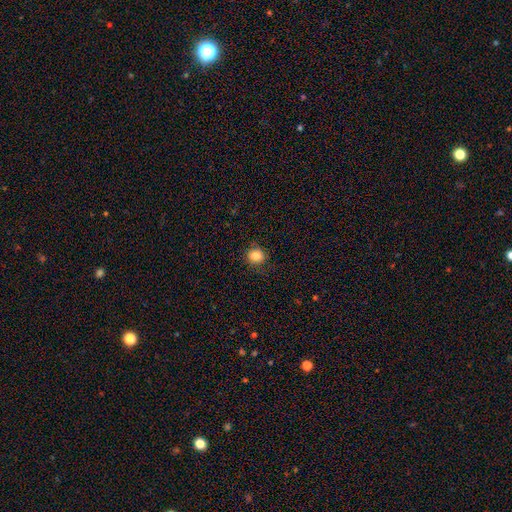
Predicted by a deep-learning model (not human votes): A smooth galaxy with no disk features (85%) that is round (80%). Merging: none (83%).